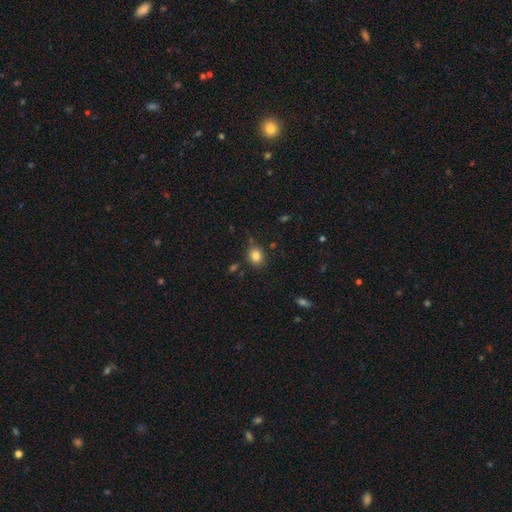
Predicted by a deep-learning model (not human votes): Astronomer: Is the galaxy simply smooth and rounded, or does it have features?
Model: smooth — 83%.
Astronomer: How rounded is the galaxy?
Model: round — 57% (runner-up: in between, 42%).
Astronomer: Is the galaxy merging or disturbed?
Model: none — 79%.